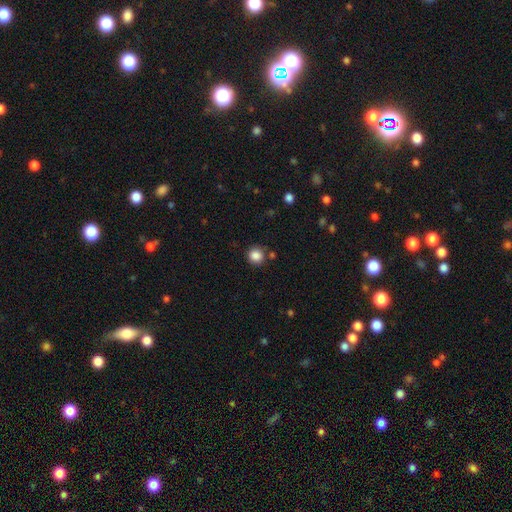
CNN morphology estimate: Q: Smooth or featured?
A: smooth (86%); runner-up: star or artifact (10%)
Q: How rounded?
A: round (92%); runner-up: in between (7%)
Q: Merging?
A: none (83%); runner-up: minor disturbance (9%)